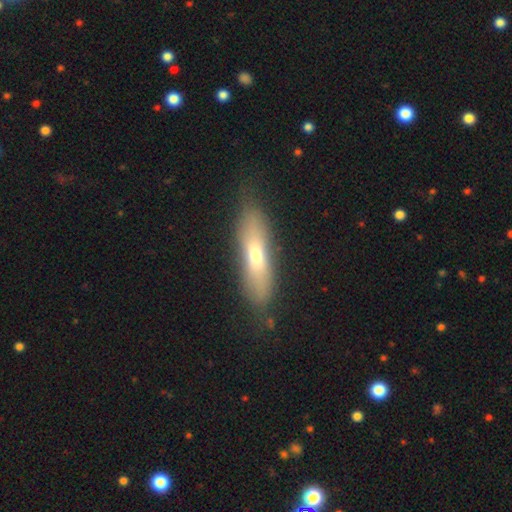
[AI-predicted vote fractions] The model was most divided on "smooth or featured": smooth: 54%, featured or disk: 38%, star or artifact: 8%. More confident: merging — none (81%); how rounded — cigar-shaped (70%).